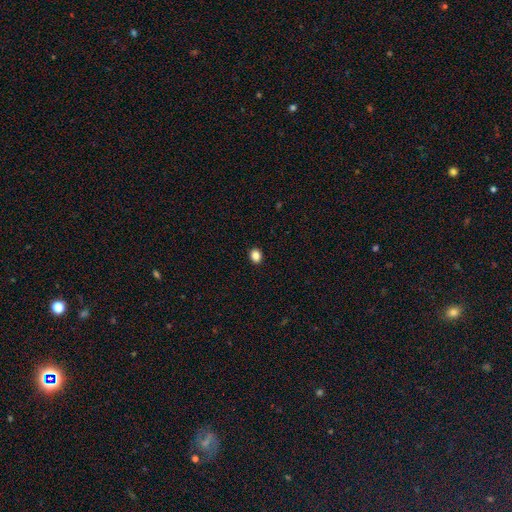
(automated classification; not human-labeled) This is clearly a smooth galaxy (85%). How rounded: possibly round (58%). Merging: clearly none (92%).